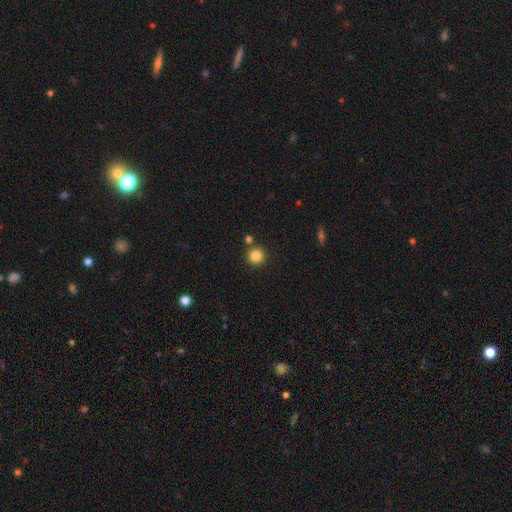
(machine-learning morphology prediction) Smooth or featured?
  - smooth: 84% *
  - star or artifact: 11%
  - featured or disk: 5%
How rounded?
  - round: 95% *
  - in between: 4%
  - cigar-shaped: 1%
Merging?
  - none: 85% *
  - merger: 7%
  - minor disturbance: 6%
  - major disturbance: 2%